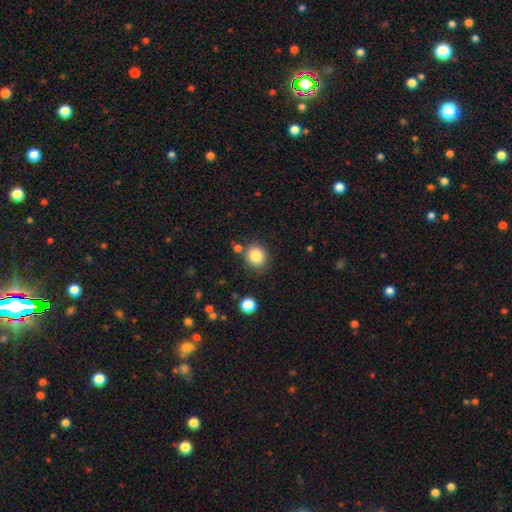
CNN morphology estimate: Overall: smooth (85%). How rounded: round (82%). Merging: none (80%).